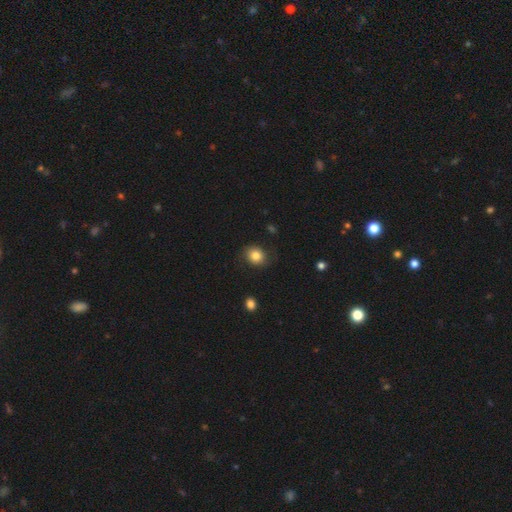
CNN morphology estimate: The model was most divided on "how rounded": round: 65%, in between: 34%, cigar-shaped: 1%. More confident: smooth or featured — smooth (82%); merging — none (79%).